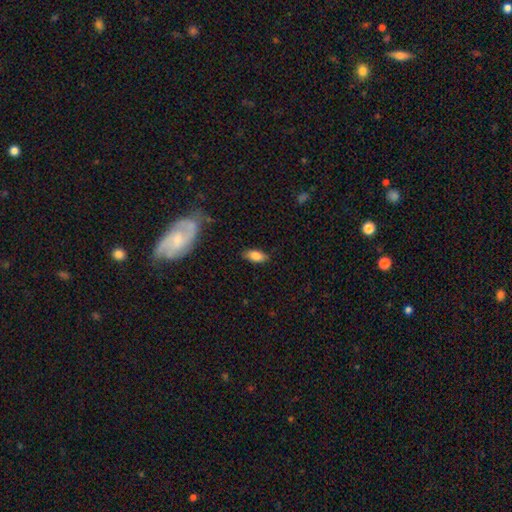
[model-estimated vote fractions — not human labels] smooth 82%, featured or disk 10%, star or artifact 8%. Down the decision tree: how rounded — in between (86%); merging — none (81%).